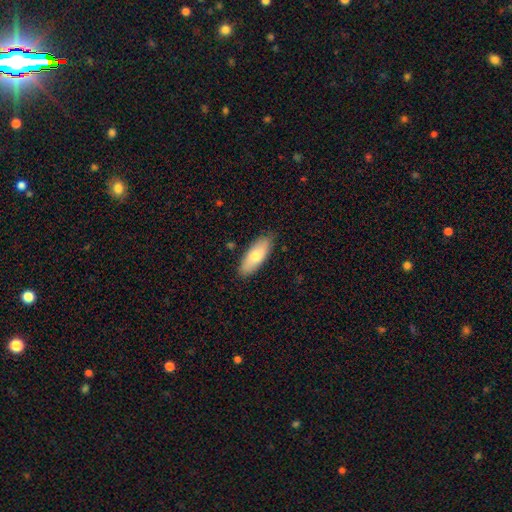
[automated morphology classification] Smooth or featured: smooth — 72% (featured or disk — 22%)
How rounded: in between — 77% (cigar-shaped — 21%)
Merging: none — 86% (minor disturbance — 11%)